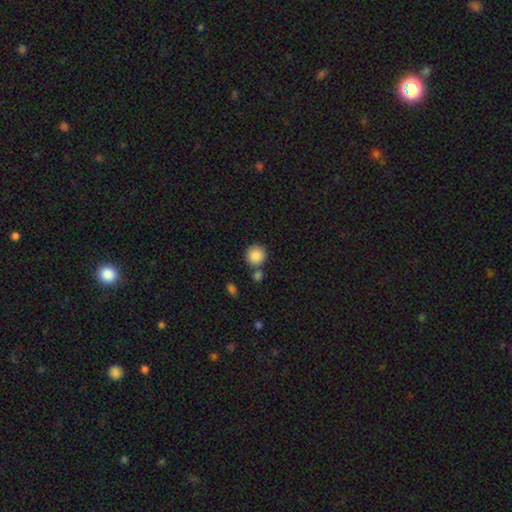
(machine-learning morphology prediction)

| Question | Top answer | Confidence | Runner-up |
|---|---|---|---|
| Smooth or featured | smooth | 88% | star or artifact (8%) |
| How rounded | round | 91% | in between (8%) |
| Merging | none | 72% | merger (14%) |